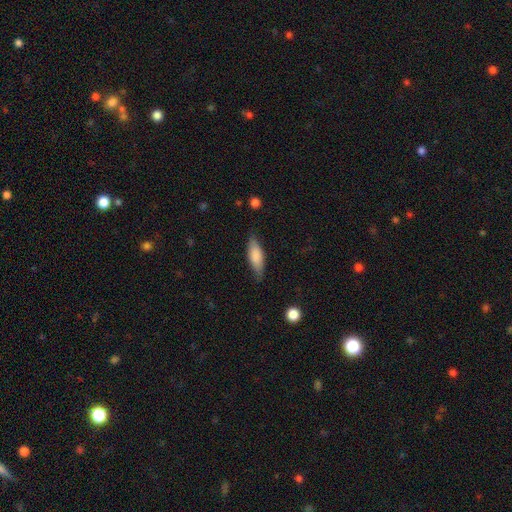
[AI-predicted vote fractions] smooth 78%, featured or disk 16%, star or artifact 6%. Down the decision tree: how rounded — in between (60%); merging — none (76%).